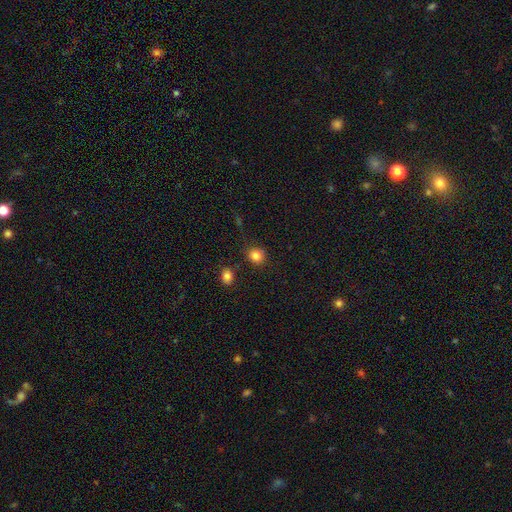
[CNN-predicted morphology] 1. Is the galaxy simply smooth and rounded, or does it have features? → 84% smooth, 11% star or artifact, 5% featured or disk.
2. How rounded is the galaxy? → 80% round, 19% in between, 1% cigar-shaped.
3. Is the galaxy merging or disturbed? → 81% none, 11% minor disturbance, 5% merger, 3% major disturbance.